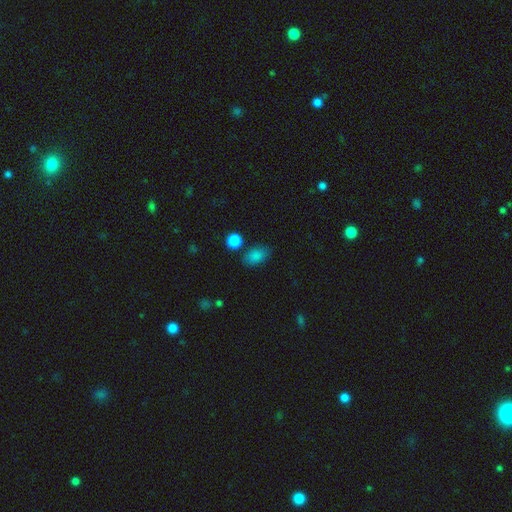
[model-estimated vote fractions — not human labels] Morphology: type=smooth (84%); roundness=in between (84%); merging=none (75%).